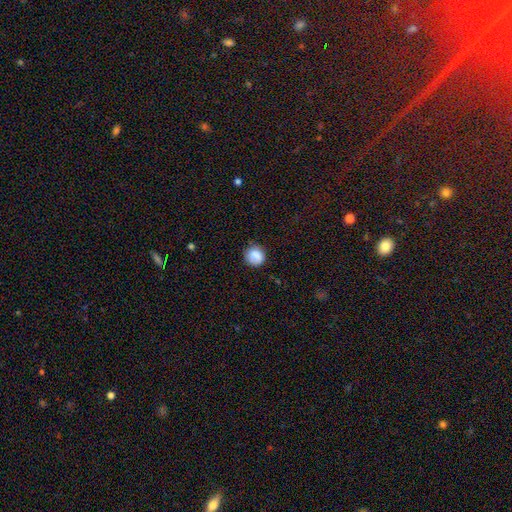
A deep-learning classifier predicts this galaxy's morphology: smooth 85%, star or artifact 9%, featured or disk 6%. Down the decision tree: how rounded — round (89%); merging — none (78%).